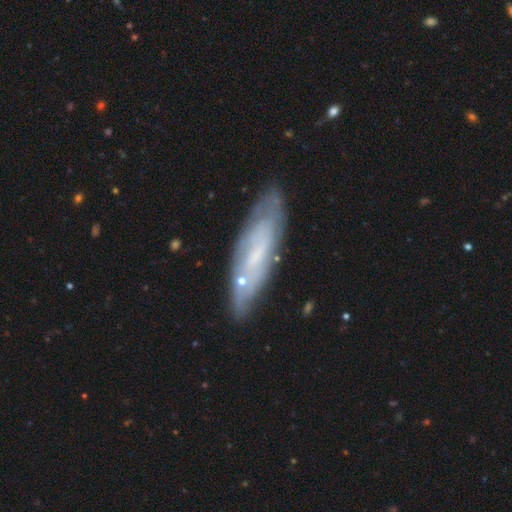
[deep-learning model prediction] This is possibly a featured or disk galaxy (58%). It is likely not viewed edge-on (67%). Merging: likely none (72%).